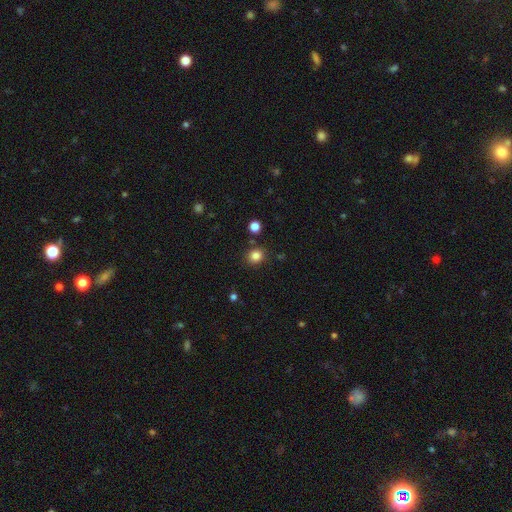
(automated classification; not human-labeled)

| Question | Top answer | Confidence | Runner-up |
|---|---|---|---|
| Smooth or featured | smooth | 83% | star or artifact (13%) |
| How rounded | round | 80% | in between (19%) |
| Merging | none | 85% | minor disturbance (8%) |